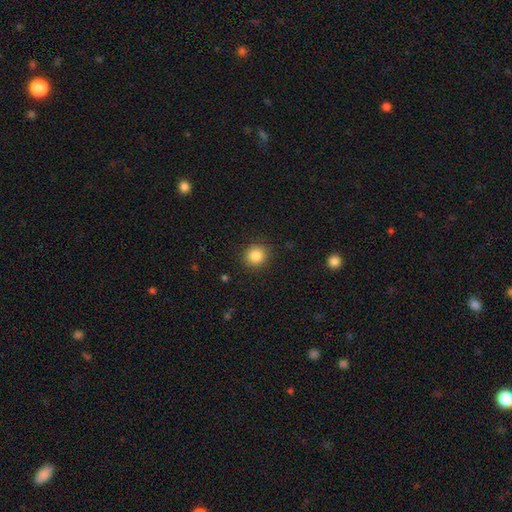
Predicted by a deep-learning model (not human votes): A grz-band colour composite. It shows a smooth galaxy with no disk features (85%) that is round (88%). Merging: none (90%).